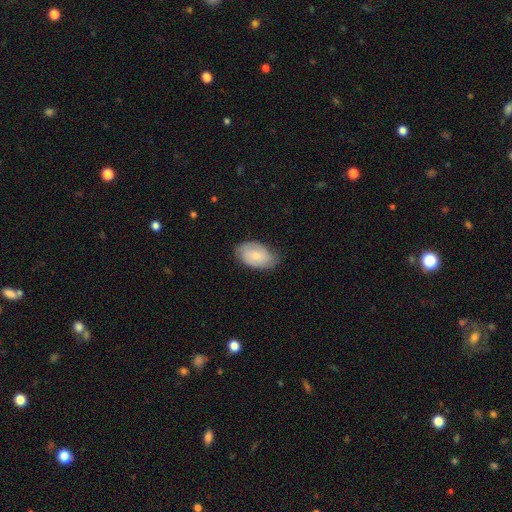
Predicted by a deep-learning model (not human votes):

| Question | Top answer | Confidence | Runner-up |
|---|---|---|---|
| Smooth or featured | smooth | 61% | featured or disk (32%) |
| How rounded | in between | 93% | round (6%) |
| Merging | none | 73% | minor disturbance (22%) |